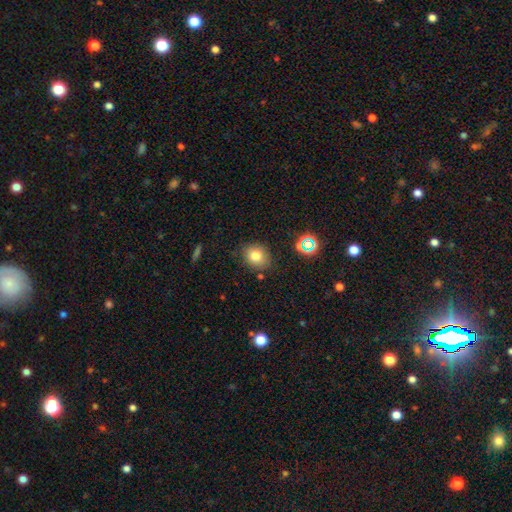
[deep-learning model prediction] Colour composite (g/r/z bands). It shows a smooth galaxy with no disk features (76%) that is round (66%). Merging: none (82%).